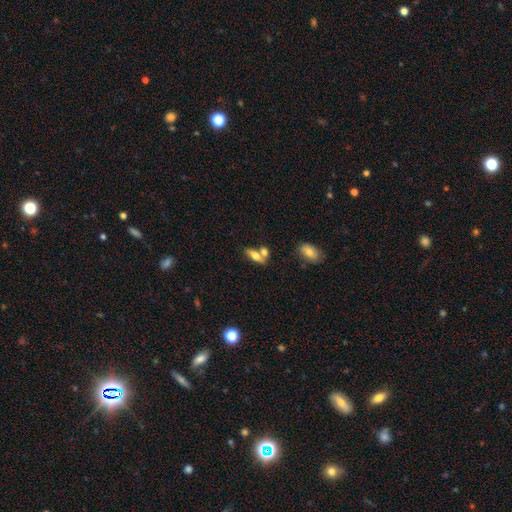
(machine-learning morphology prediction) Smooth or featured? smooth (63%)
How rounded? in between (62%)
Merging? none (48%)